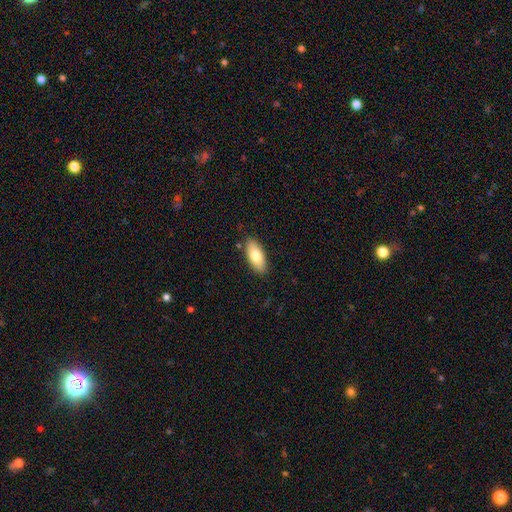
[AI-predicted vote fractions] smooth 76%, featured or disk 18%, star or artifact 6%. Down the decision tree: how rounded — in between (86%); merging — none (86%).